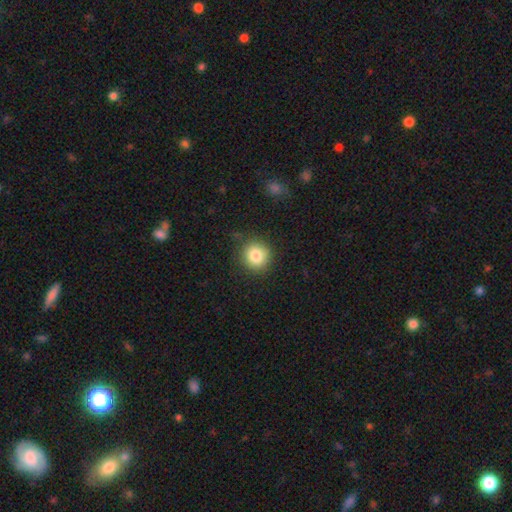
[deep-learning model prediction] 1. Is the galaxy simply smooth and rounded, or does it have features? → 83% smooth, 10% star or artifact, 7% featured or disk.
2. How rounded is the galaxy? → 92% round, 7% in between, 1% cigar-shaped.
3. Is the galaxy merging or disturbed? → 87% none, 9% minor disturbance, 3% major disturbance, 1% merger.